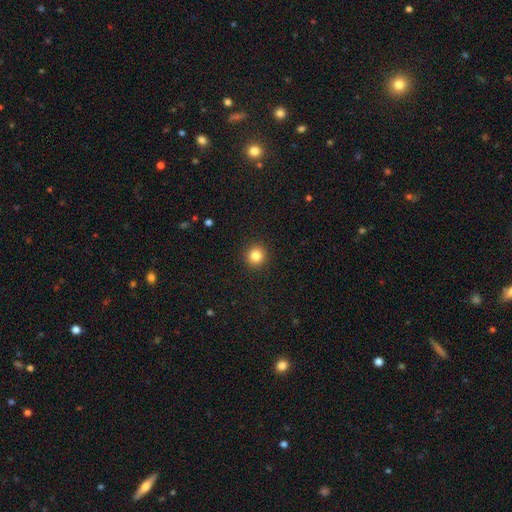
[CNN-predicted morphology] type=smooth (84%); roundness=round (95%); merging=none (93%).